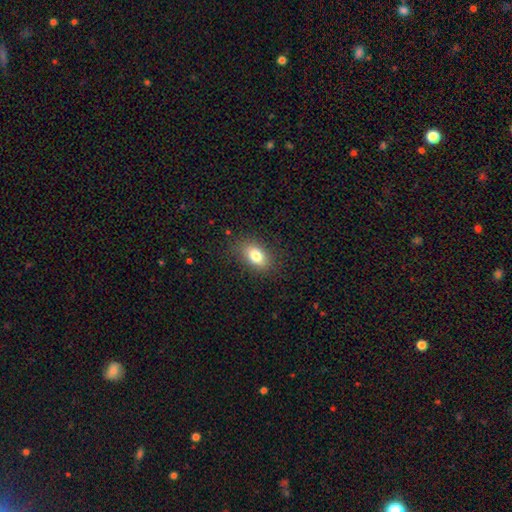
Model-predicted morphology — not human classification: Smooth or featured: smooth — 81% (featured or disk — 10%)
How rounded: in between — 85% (round — 13%)
Merging: none — 84% (minor disturbance — 12%)